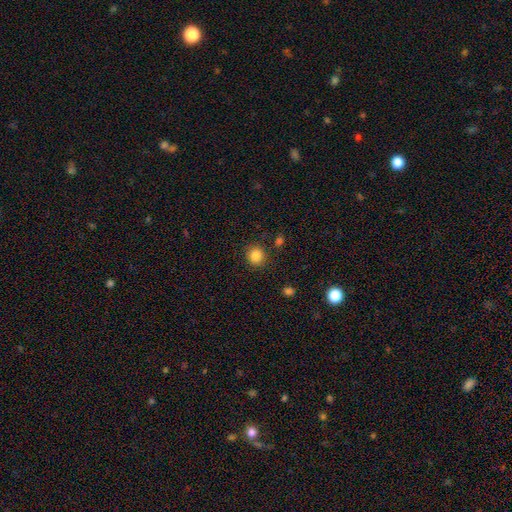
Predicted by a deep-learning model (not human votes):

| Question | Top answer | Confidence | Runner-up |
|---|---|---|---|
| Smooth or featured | smooth | 85% | star or artifact (11%) |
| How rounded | round | 85% | in between (14%) |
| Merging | none | 86% | minor disturbance (8%) |